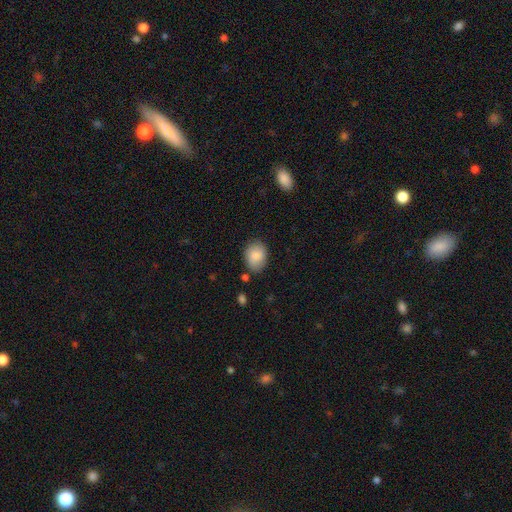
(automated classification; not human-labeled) This appears to be a smooth galaxy with no disk features (86%) that is in between round and cigar-shaped (66%). Merging: none (77%).